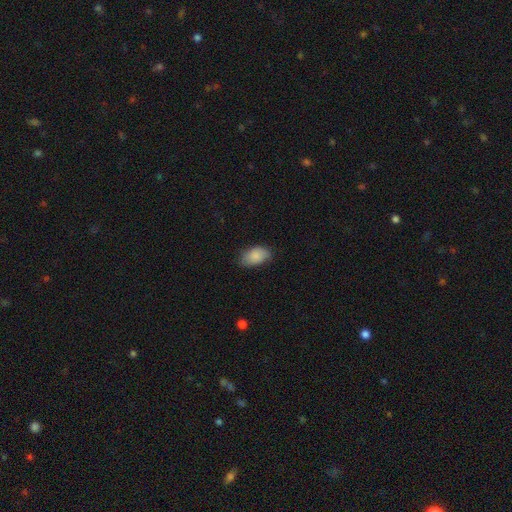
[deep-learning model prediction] Q: Smooth or featured?
A: smooth (85%); runner-up: featured or disk (9%)
Q: How rounded?
A: in between (93%); runner-up: round (6%)
Q: Merging?
A: none (71%); runner-up: minor disturbance (24%)